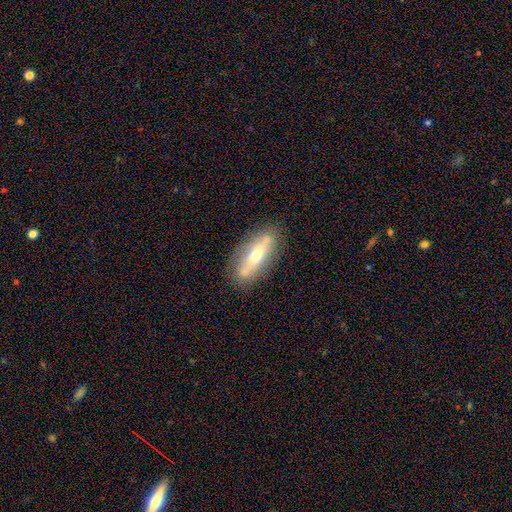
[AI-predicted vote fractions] This appears to be a featured or disk galaxy (55%) viewed edge-on (52%). Merging: none (79%).